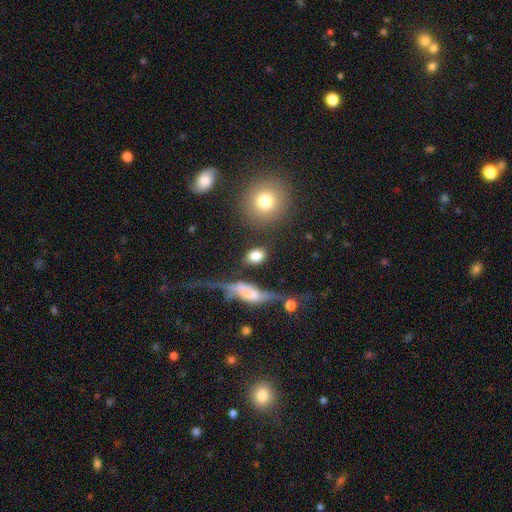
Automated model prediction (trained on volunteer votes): Smooth or featured? Predicted: smooth (p=0.78). How rounded? Predicted: in between (p=0.70). Merging? Predicted: none (p=0.65).